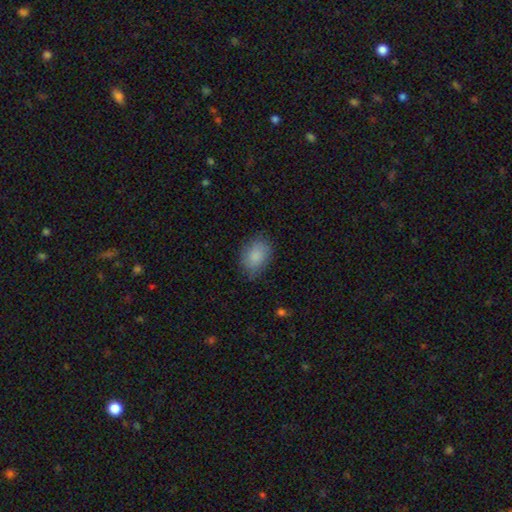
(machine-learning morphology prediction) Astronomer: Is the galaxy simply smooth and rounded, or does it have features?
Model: smooth — 85%.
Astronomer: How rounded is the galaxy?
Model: in between — 75%.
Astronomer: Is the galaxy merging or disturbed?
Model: none — 75%.